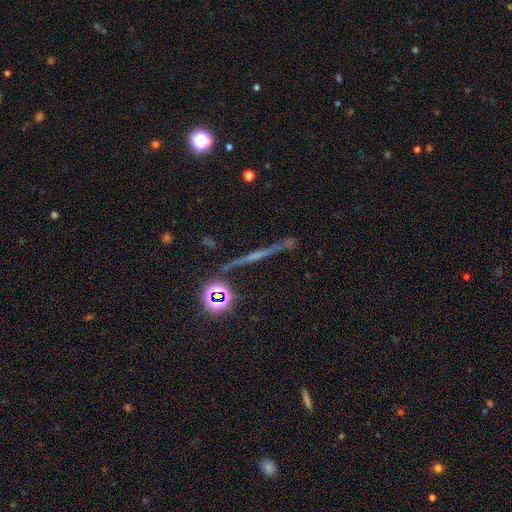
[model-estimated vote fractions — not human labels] This appears to be a featured or disk galaxy (52%) viewed edge-on (93%). Merging: none (82%).